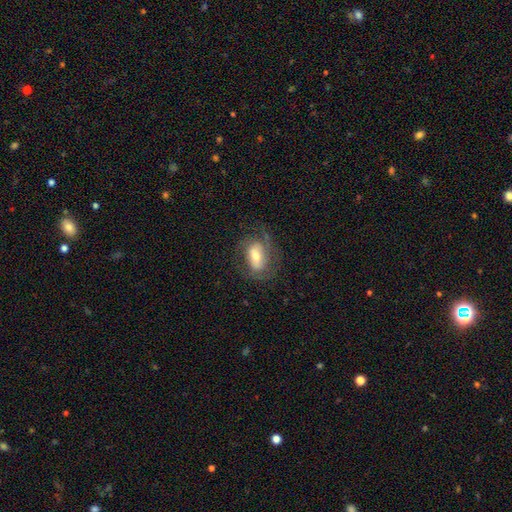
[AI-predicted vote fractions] This is possibly a featured or disk galaxy (56%). It is clearly not viewed edge-on (93%). Bar: marginally no (38%). Spiral arm pattern: likely yes (72%). Central bulge: likely moderate (61%). Merging: likely none (61%).